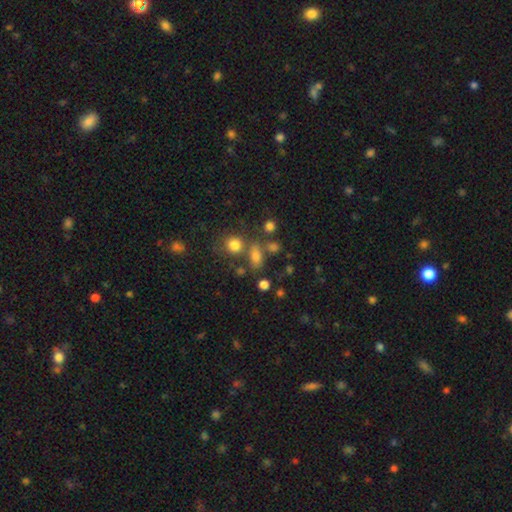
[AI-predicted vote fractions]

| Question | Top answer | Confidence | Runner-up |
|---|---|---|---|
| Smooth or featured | smooth | 71% | star or artifact (17%) |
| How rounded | in between | 68% | round (24%) |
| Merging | none | 61% | merger (19%) |